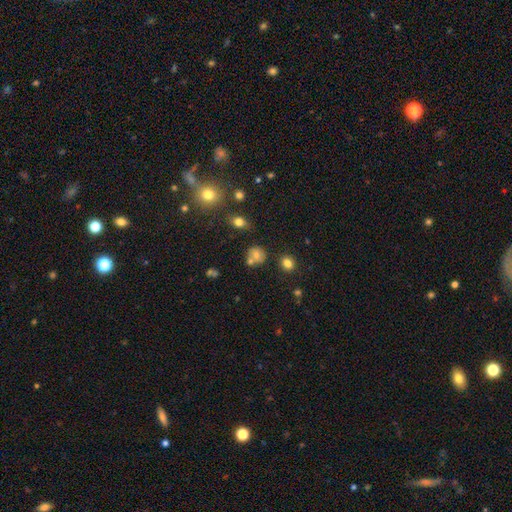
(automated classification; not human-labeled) Smooth or featured: smooth — 70% (star or artifact — 15%)
How rounded: round — 78% (in between — 21%)
Merging: none — 58% (merger — 23%)